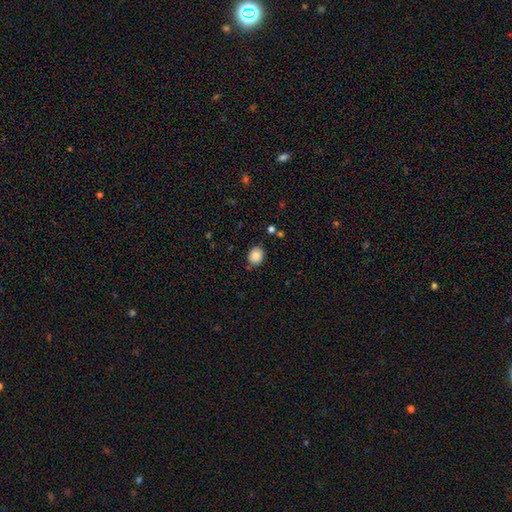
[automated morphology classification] Smooth or featured? smooth (86%)
How rounded? round (60%)
Merging? none (83%)